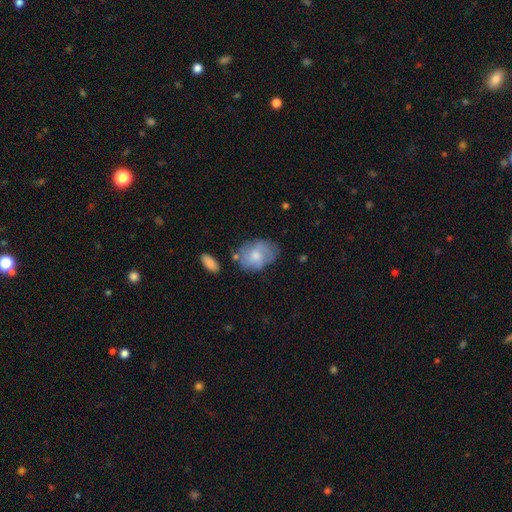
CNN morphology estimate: Q: Smooth or featured?
A: smooth (55%); runner-up: featured or disk (38%)
Q: How rounded?
A: in between (73%); runner-up: round (26%)
Q: Merging?
A: none (55%); runner-up: minor disturbance (27%)